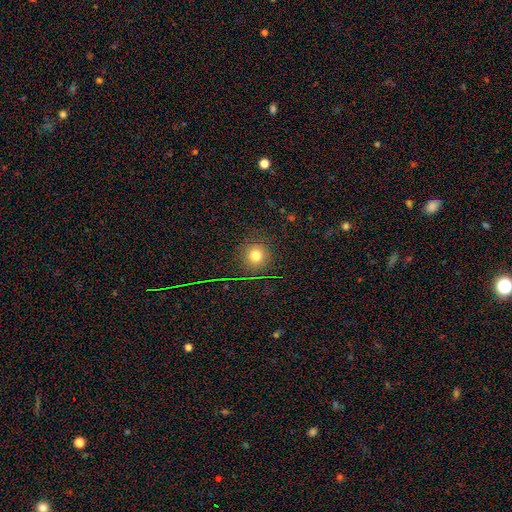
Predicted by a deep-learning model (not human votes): A smooth galaxy with no disk features (77%) that is round (93%). Merging: none (89%).